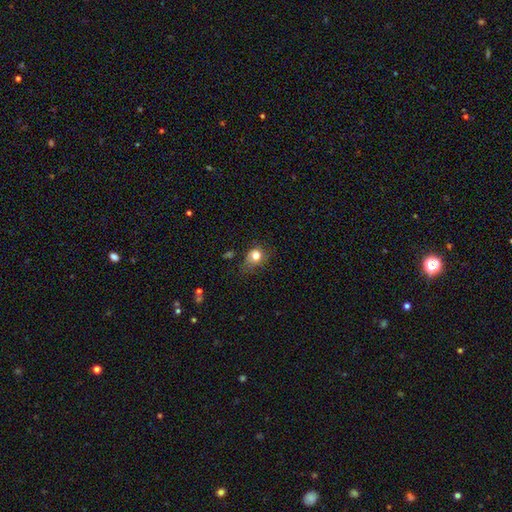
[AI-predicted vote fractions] smooth-or-featured: smooth: 78% | star or artifact: 12% | featured or disk: 10%
  how-rounded: round: 61% | in between: 38% | cigar-shaped: 1%
  merging: none: 53% | minor disturbance: 31% | major disturbance: 14% | merger: 3%